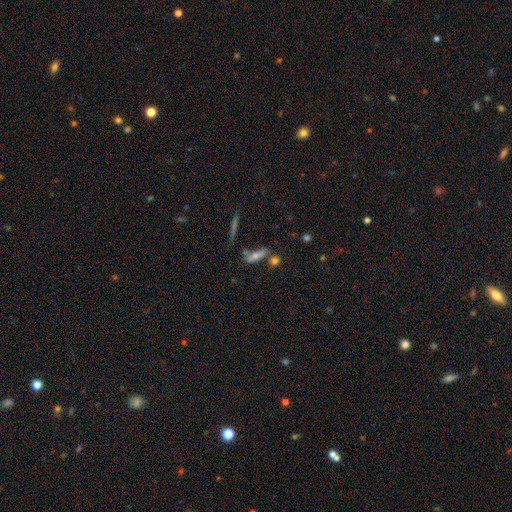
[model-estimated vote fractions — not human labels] Morphology: type=smooth (55%); roundness=cigar-shaped (48%); merging=none (45%).